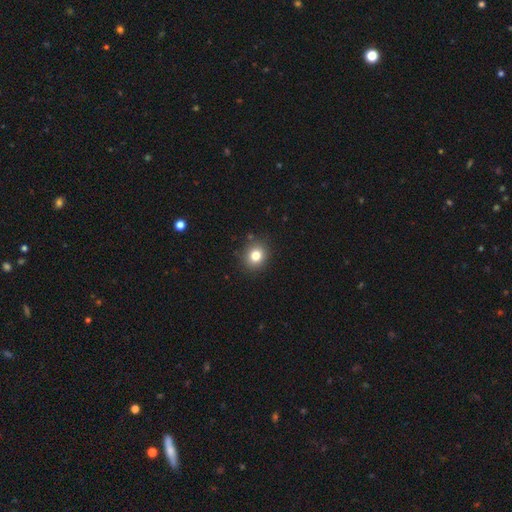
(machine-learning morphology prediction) Smooth or featured: smooth — 80% (star or artifact — 12%)
How rounded: round — 79% (in between — 20%)
Merging: none — 88% (minor disturbance — 8%)